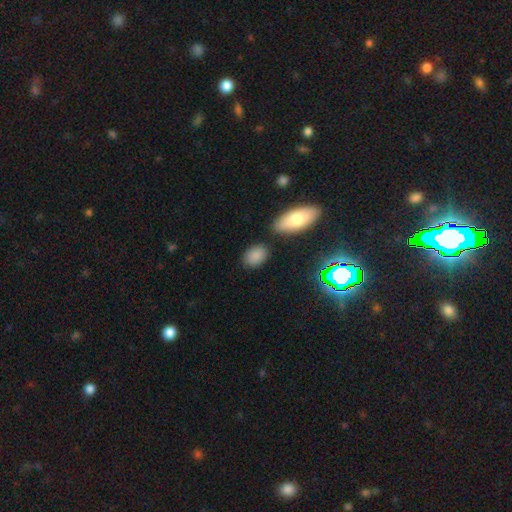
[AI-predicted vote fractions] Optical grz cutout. It shows a smooth galaxy with no disk features (84%) that is in between round and cigar-shaped (78%). Merging: none (76%).